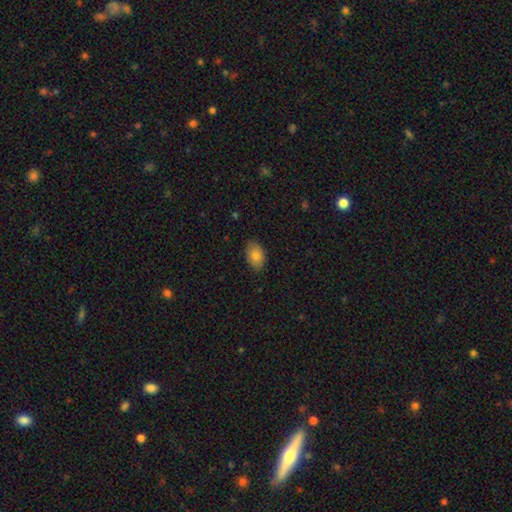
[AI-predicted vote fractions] Overall: smooth (82%). How rounded: in between (88%). Merging: none (83%).